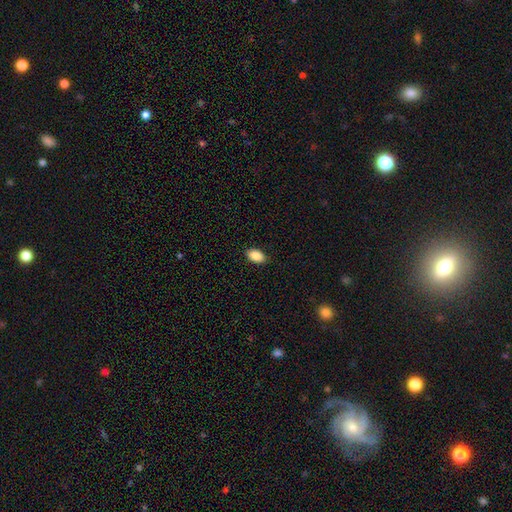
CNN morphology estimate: smooth 88%, star or artifact 8%, featured or disk 4%. Down the decision tree: how rounded — in between (91%); merging — none (89%).